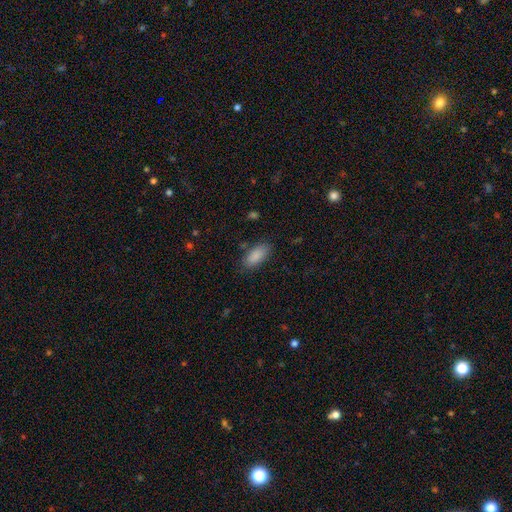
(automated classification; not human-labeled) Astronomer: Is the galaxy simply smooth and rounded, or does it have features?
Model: smooth — 89%.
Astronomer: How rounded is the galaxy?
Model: in between — 89%.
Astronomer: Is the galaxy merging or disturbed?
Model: none — 83%.